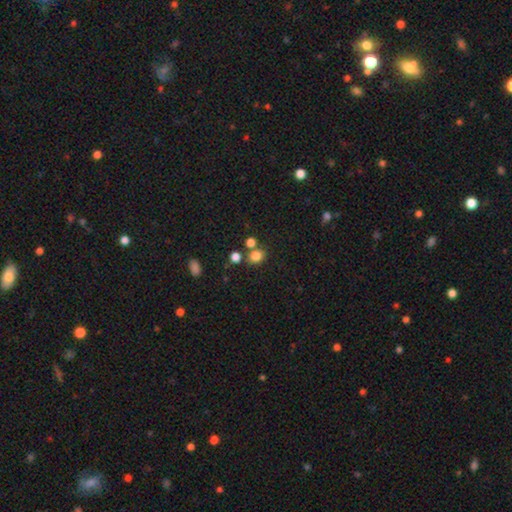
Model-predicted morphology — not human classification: Smooth or featured: smooth — 81% (star or artifact — 14%)
How rounded: round — 60% (in between — 39%)
Merging: none — 65% (merger — 21%)